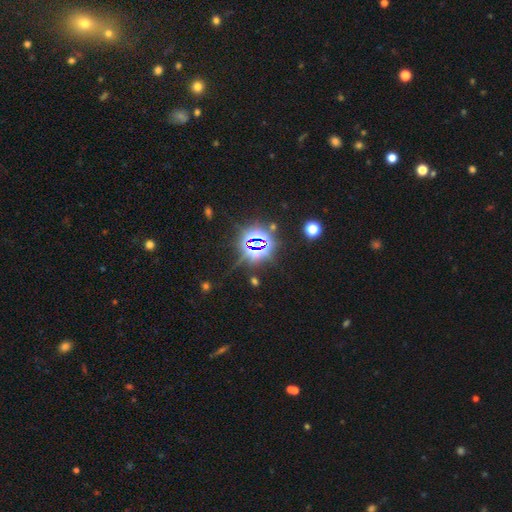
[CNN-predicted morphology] Overall: star or artifact (80%).